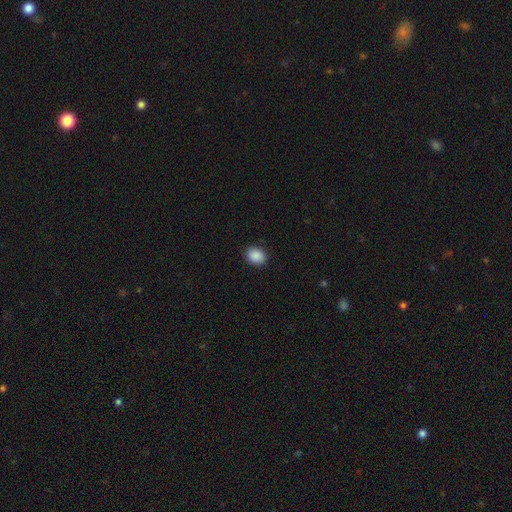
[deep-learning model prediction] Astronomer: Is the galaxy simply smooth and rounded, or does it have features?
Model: smooth — 90%.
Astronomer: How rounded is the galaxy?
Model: in between — 53% (runner-up: round, 46%).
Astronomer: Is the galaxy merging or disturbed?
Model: none — 90%.